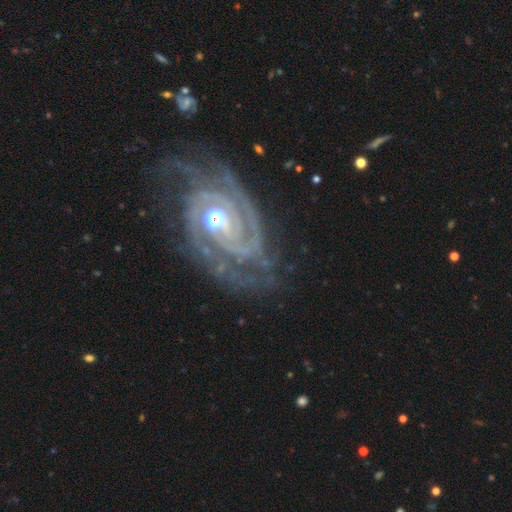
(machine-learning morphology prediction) A featured or disk galaxy (92%) with no bar (51%), 2 (32%) tight (71%) spiral arms (98%) and a moderate central bulge (71%).

Vote fractions:
- Smooth or featured? featured or disk: 92% / star or artifact: 5% / smooth: 3%
- Edge-on disk? no: 97% / yes: 3%
- Bar? no: 51% / weak: 30% / strong: 19%
- Spiral arms? yes: 98% / no: 2%
- Spiral winding? tight: 71% / medium: 25% / loose: 4%
- Spiral arm count? 2: 32% / 3: 30% / can't tell: 12% / 4: 11% / more than 4: 7% / 1: 7%
- Bulge size? moderate: 71% / small: 17% / large: 10% / dominant: 1% / none: 1%
- Merging? none: 71% / minor disturbance: 18% / major disturbance: 9% / merger: 2%